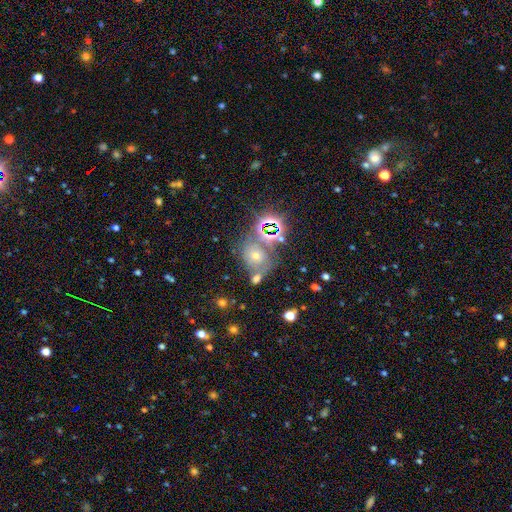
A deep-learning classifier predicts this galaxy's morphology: smooth_or_featured: star or artifact (p=0.47) [alt: smooth p=0.34]